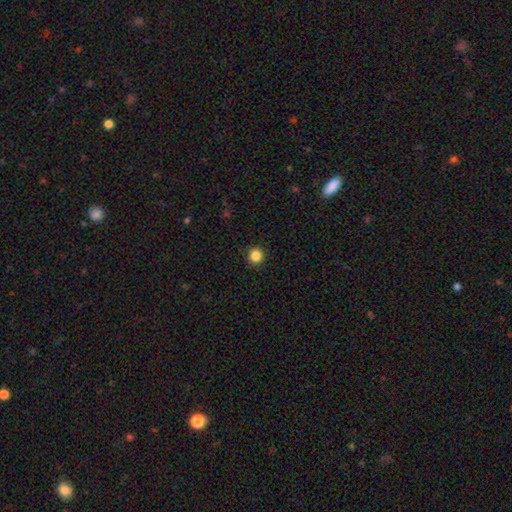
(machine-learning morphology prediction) Smooth or featured? Predicted: smooth (p=0.87). How rounded? Predicted: round (p=0.93). Merging? Predicted: none (p=0.92).